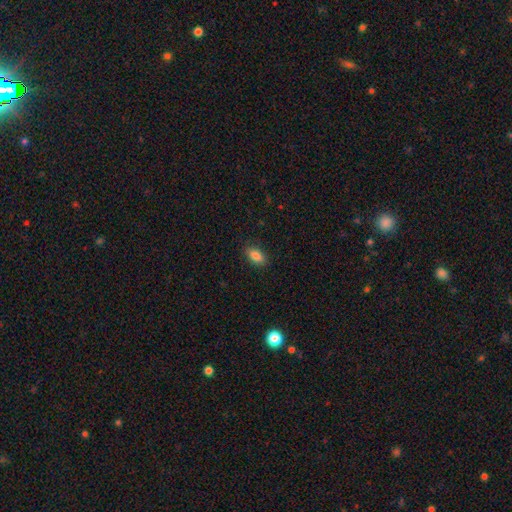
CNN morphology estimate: This is clearly a smooth galaxy (85%). How rounded: clearly in between (89%). Merging: clearly none (87%).